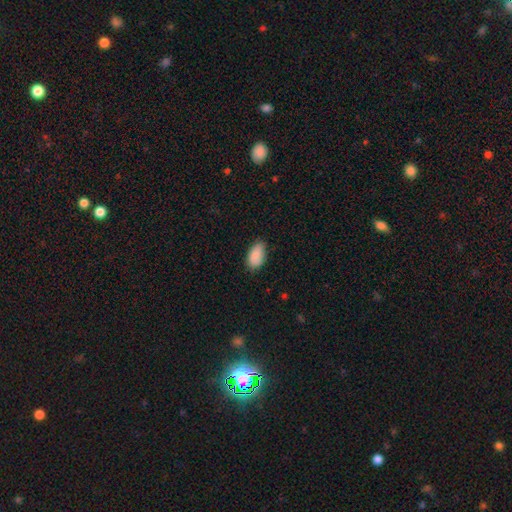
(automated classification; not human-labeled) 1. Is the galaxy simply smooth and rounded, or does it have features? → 85% smooth, 8% featured or disk, 7% star or artifact.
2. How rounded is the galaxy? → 94% in between, 4% round, 2% cigar-shaped.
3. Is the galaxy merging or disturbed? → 74% none, 22% minor disturbance, 3% major disturbance, 1% merger.